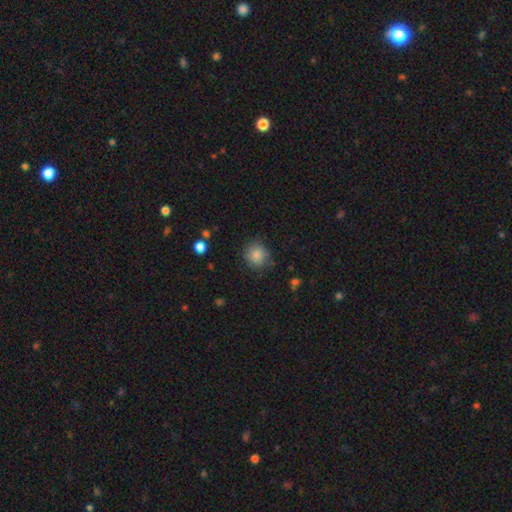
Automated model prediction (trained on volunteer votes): This appears to be a smooth galaxy with no disk features (83%) that is round (88%). Merging: none (84%).